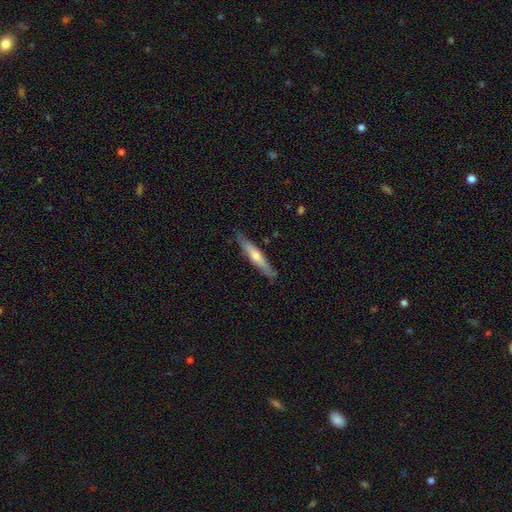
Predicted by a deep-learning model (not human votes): A featured or disk galaxy (51%) viewed edge-on (90%).

Vote fractions:
- Smooth or featured? featured or disk: 51% / smooth: 43% / star or artifact: 6%
- Edge-on disk? yes: 90% / no: 10%
- Merging? none: 86% / minor disturbance: 11% / major disturbance: 2% / merger: 1%